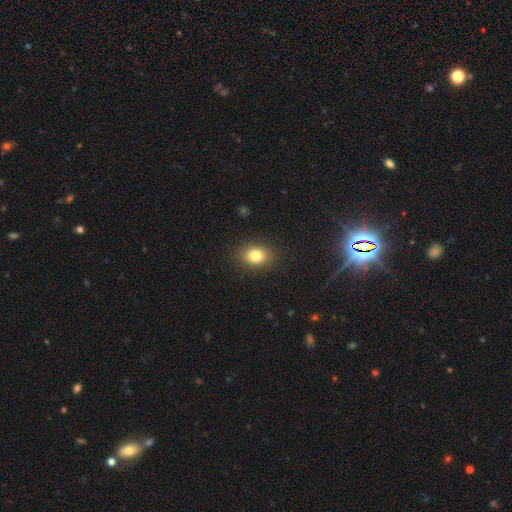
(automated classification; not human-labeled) smooth_or_featured: smooth (p=0.81) [alt: star or artifact p=0.11]
how_rounded: in between (p=0.59) [alt: round p=0.40]
merging: none (p=0.88) [alt: minor disturbance p=0.08]